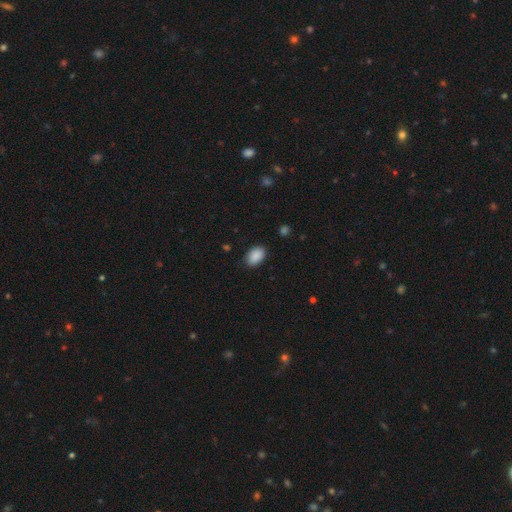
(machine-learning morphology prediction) smooth 90%, star or artifact 7%, featured or disk 3%. Down the decision tree: how rounded — in between (89%); merging — none (85%).